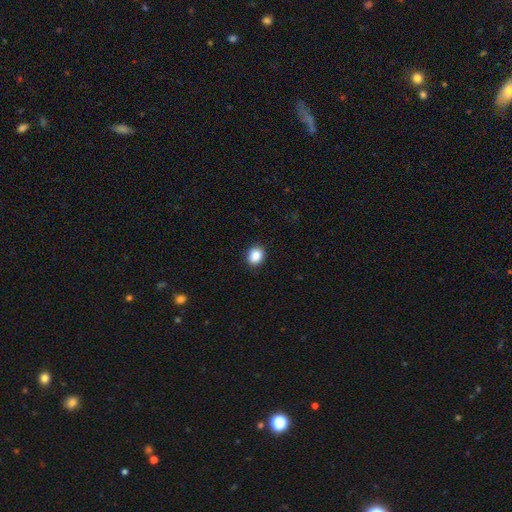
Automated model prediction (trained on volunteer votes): Smooth or featured?
  - smooth: 88% *
  - star or artifact: 9%
  - featured or disk: 3%
How rounded?
  - round: 63% *
  - in between: 36%
  - cigar-shaped: 1%
Merging?
  - none: 90% *
  - minor disturbance: 7%
  - major disturbance: 2%
  - merger: 1%